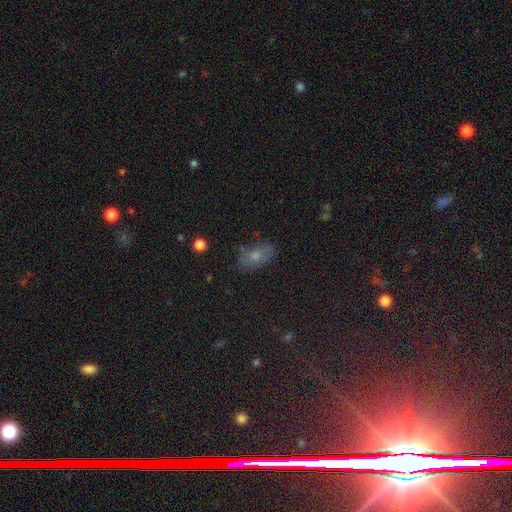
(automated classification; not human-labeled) Smooth or featured? Predicted: smooth (p=0.69). How rounded? Predicted: in between (p=0.88). Merging? Predicted: none (p=0.70).